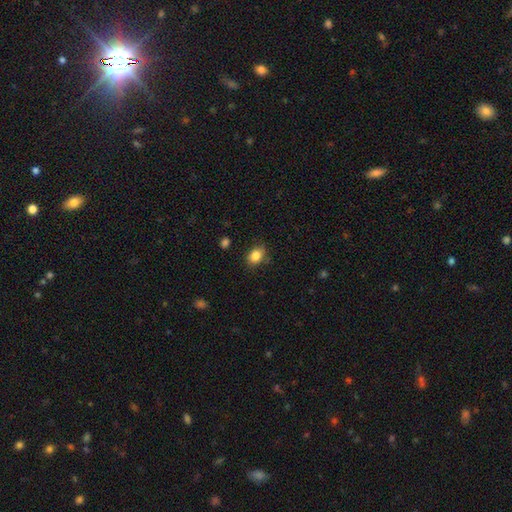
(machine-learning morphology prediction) This is clearly a smooth galaxy (84%). How rounded: likely in between (64%). Merging: likely none (78%).